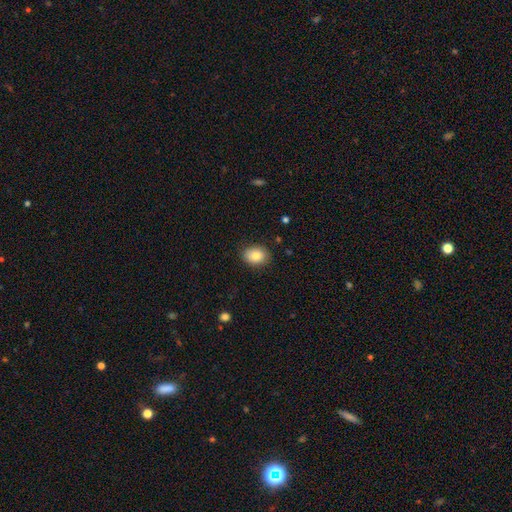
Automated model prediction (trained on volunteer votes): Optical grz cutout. It shows a smooth galaxy with no disk features (82%) that is in between round and cigar-shaped (65%). Merging: none (86%).